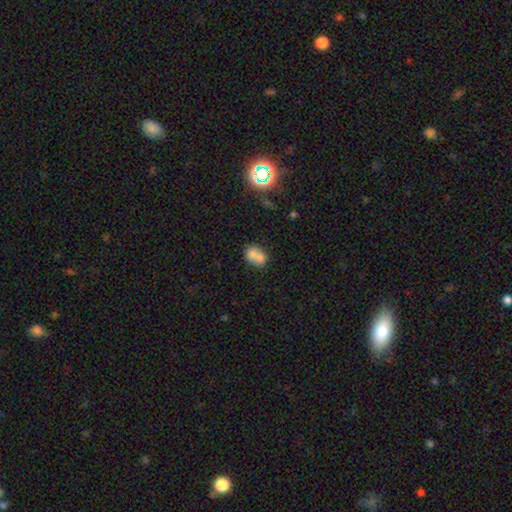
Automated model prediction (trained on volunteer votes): smooth-or-featured: smooth: 69% | featured or disk: 21% | star or artifact: 11%
  how-rounded: in between: 53% | round: 46% | cigar-shaped: 1%
  merging: merger: 61% | none: 28% | minor disturbance: 8% | major disturbance: 3%